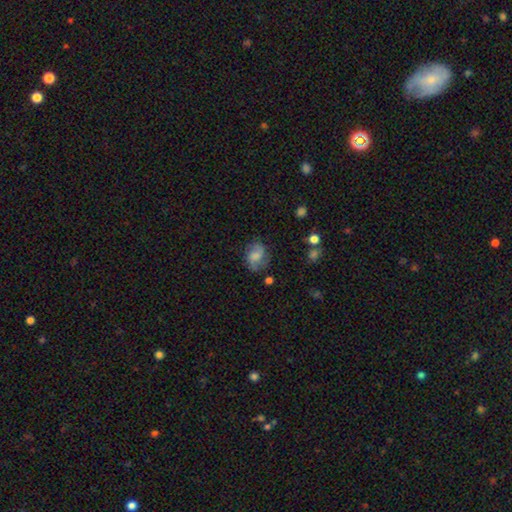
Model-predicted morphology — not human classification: Overall: featured or disk (49%; smooth 42%). Merging: none (67%).